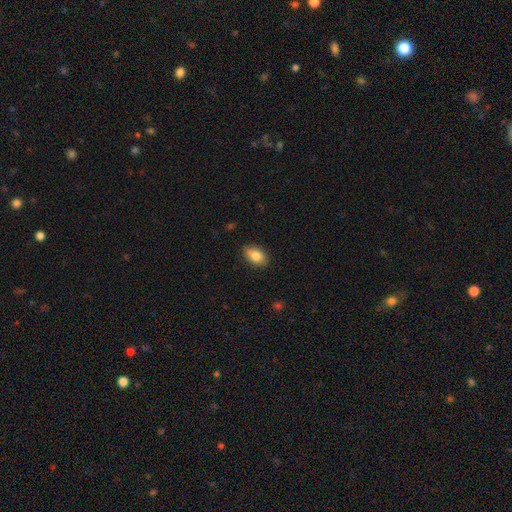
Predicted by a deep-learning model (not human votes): Overall: smooth (84%). How rounded: in between (88%). Merging: none (84%).